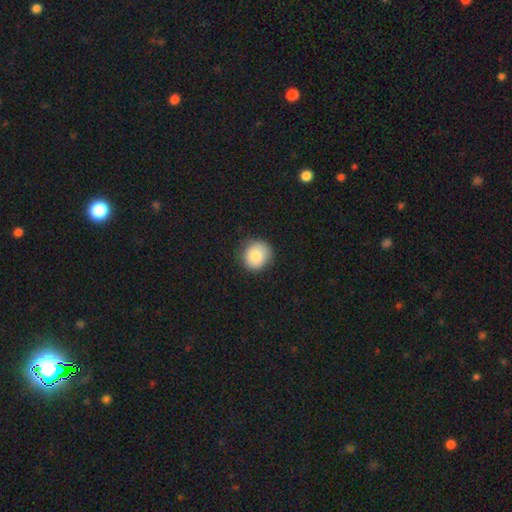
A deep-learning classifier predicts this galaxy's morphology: smooth_or_featured: smooth (p=0.85) [alt: star or artifact p=0.08]
how_rounded: round (p=0.87) [alt: in between p=0.12]
merging: none (p=0.84) [alt: minor disturbance p=0.12]